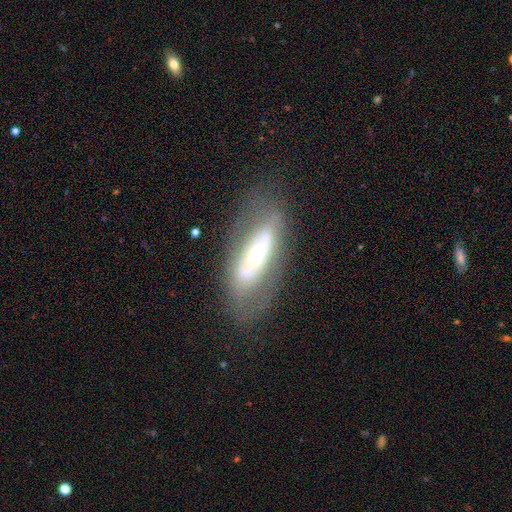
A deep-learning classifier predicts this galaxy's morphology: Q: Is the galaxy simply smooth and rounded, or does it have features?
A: featured or disk — 60%.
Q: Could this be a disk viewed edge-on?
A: no — 78%.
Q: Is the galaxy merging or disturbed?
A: none — 67%.